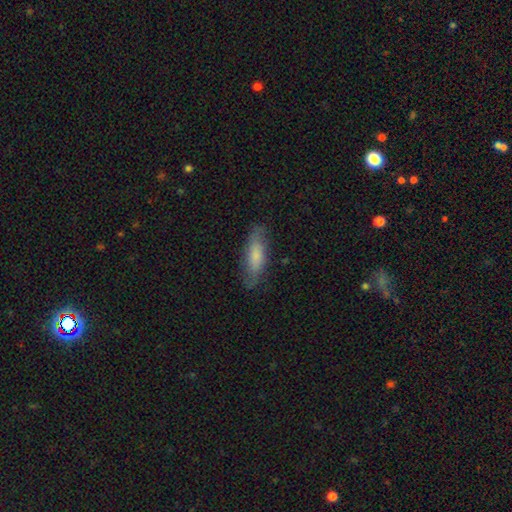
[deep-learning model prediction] Smooth or featured? Predicted: smooth (p=0.69). How rounded? Predicted: cigar-shaped (p=0.53). Merging? Predicted: none (p=0.77).